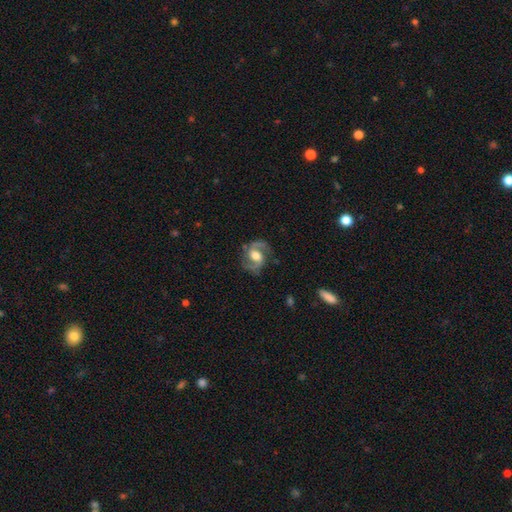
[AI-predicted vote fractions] A featured or disk galaxy (86%) with a weak bar (45%), 2 (92%) medium (59%) spiral arms (96%) and a moderate central bulge (56%). Merging: none (78%).